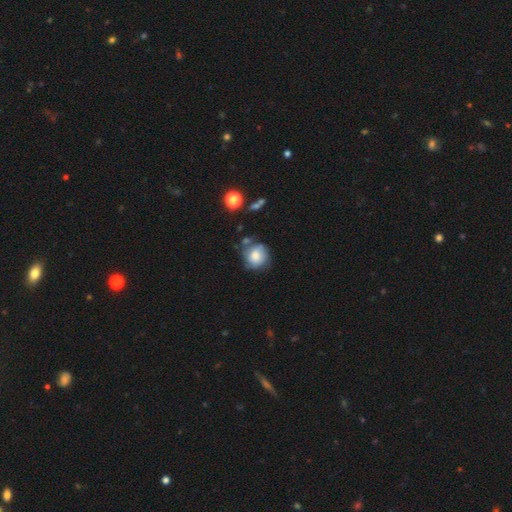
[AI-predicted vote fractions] Smooth or featured? Predicted: smooth (p=0.73). How rounded? Predicted: round (p=0.82). Merging? Predicted: none (p=0.60).